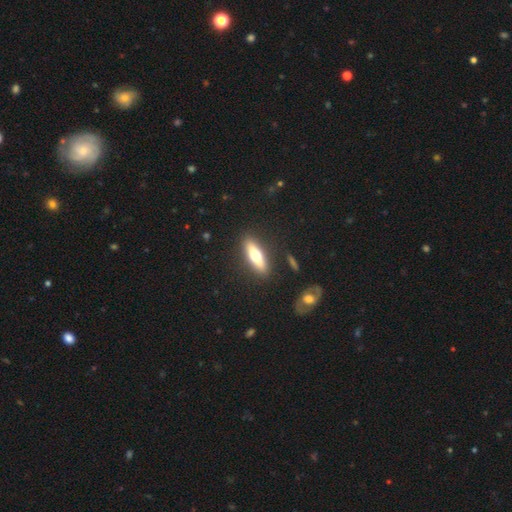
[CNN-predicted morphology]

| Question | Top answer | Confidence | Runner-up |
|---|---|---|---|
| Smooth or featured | smooth | 55% | featured or disk (39%) |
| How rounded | cigar-shaped | 59% | in between (38%) |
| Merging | none | 87% | minor disturbance (8%) |